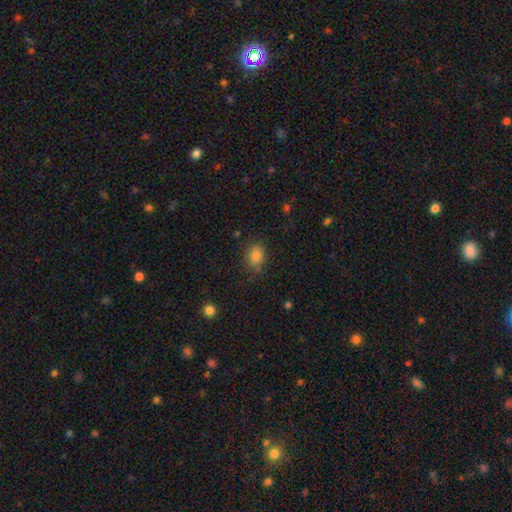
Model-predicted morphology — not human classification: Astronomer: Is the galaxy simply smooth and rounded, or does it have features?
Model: smooth — 82%.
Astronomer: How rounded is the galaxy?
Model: round — 53% (runner-up: in between, 46%).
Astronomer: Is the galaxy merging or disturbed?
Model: none — 75%.